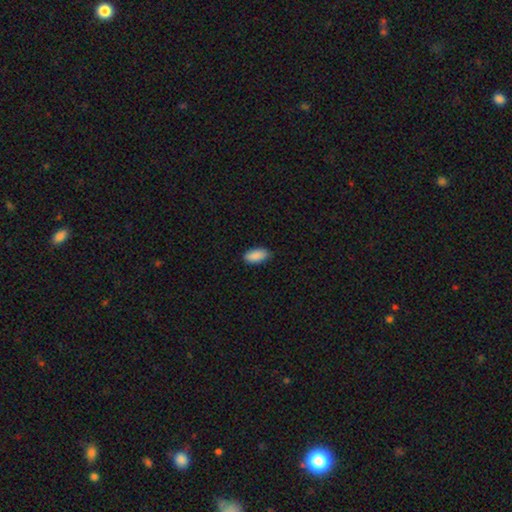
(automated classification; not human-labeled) A smooth galaxy with no disk features (90%) that is in between round and cigar-shaped (91%). Merging: none (86%).